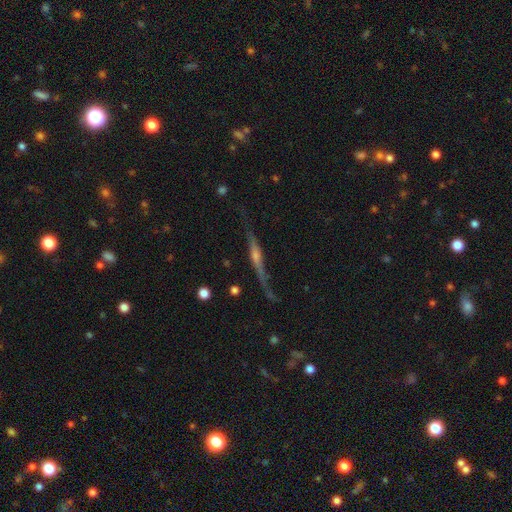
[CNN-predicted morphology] Smooth or featured? featured or disk (75%)
Edge-on disk? yes (92%)
Edge-on bulge? rounded (67%)
Merging? none (64%)